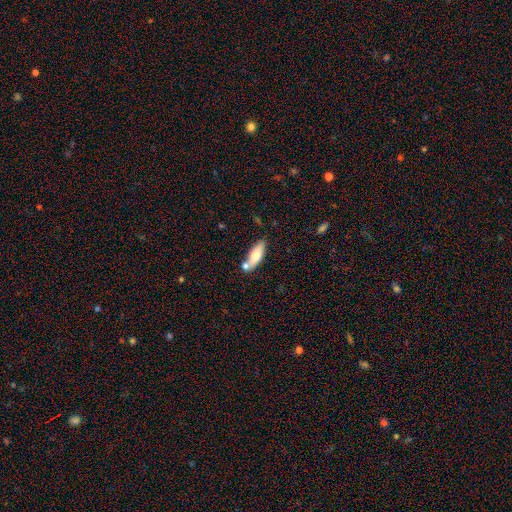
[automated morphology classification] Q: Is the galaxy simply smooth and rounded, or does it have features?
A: smooth — 69%.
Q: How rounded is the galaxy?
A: in between — 59%.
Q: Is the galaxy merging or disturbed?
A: none — 64%.